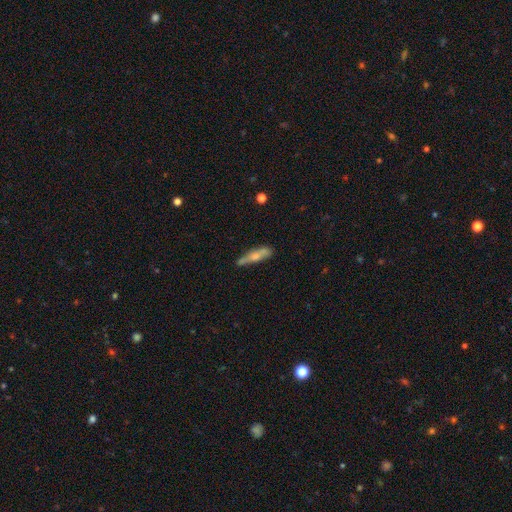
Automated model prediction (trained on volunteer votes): Smooth or featured: smooth — 56% (featured or disk — 37%)
How rounded: cigar-shaped — 76% (in between — 22%)
Merging: none — 56% (minor disturbance — 26%)